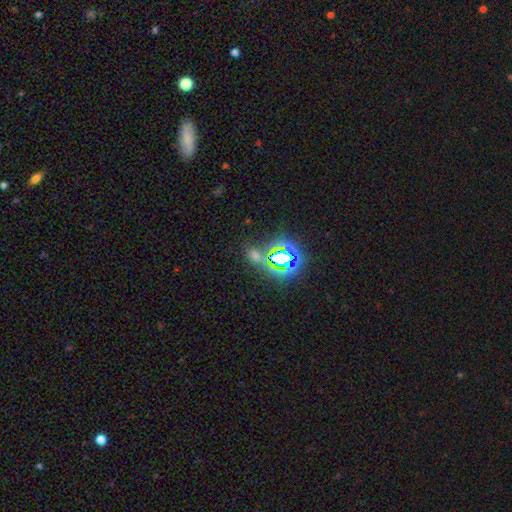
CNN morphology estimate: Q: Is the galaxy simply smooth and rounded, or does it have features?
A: star or artifact — 64%.